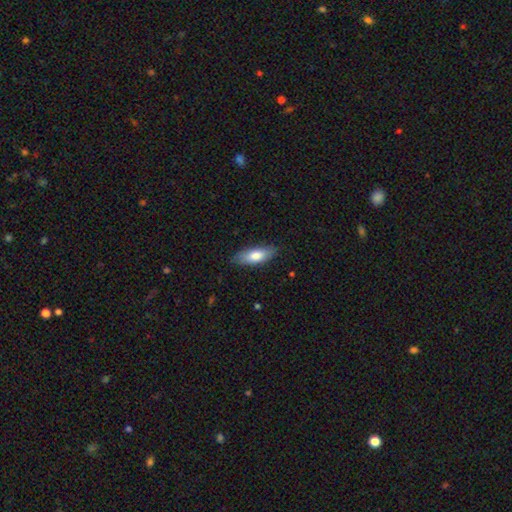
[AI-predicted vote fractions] The model was most divided on "how rounded": in between: 72%, cigar-shaped: 26%, round: 2%. More confident: merging — none (84%); smooth or featured — smooth (78%).